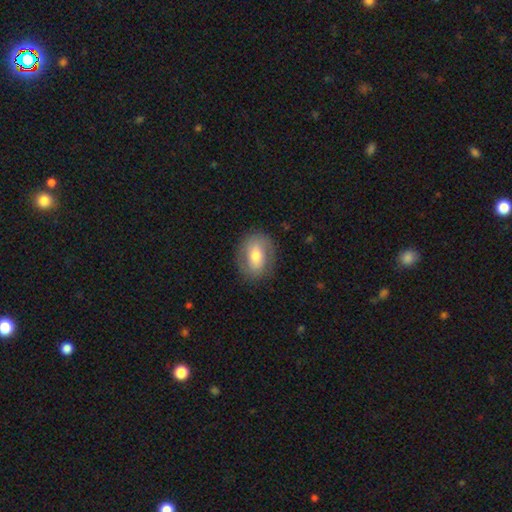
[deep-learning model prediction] A smooth galaxy with no disk features (56%) that is in between round and cigar-shaped (64%). Merging: none (83%).